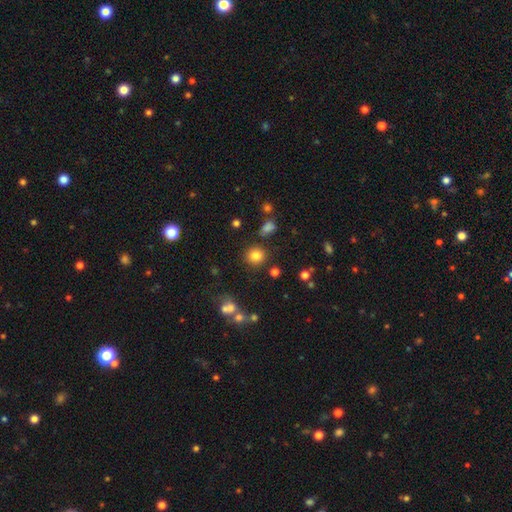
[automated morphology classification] This appears to be a smooth galaxy with no disk features (81%) that is round (88%). Merging: none (83%).